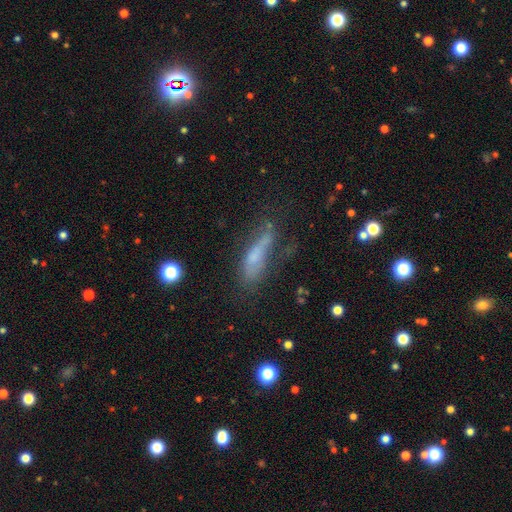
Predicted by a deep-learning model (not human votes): The model was most divided on "merging": none: 39%, minor disturbance: 27%, major disturbance: 27%, merger: 7%. More confident: how rounded — cigar-shaped (61%); smooth or featured — smooth (52%).